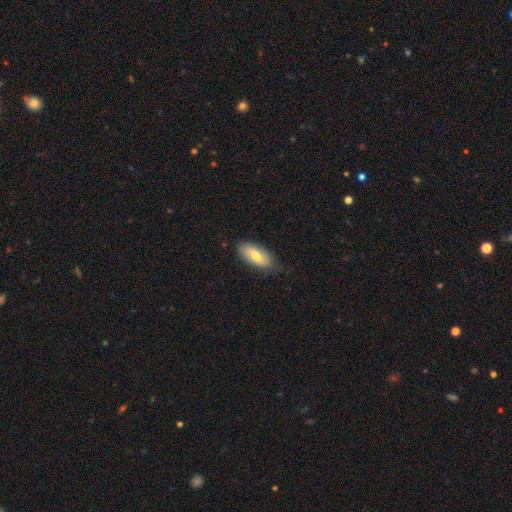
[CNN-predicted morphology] type=smooth (72%); roundness=in between (88%); merging=none (76%).